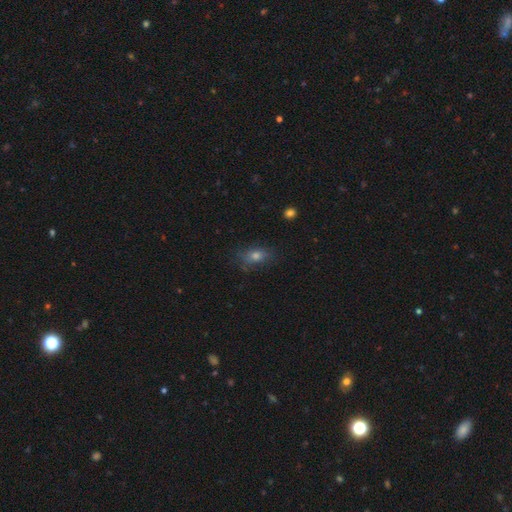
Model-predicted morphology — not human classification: A smooth galaxy with no disk features (64%) that is in between round and cigar-shaped (74%). Merging: none (72%).